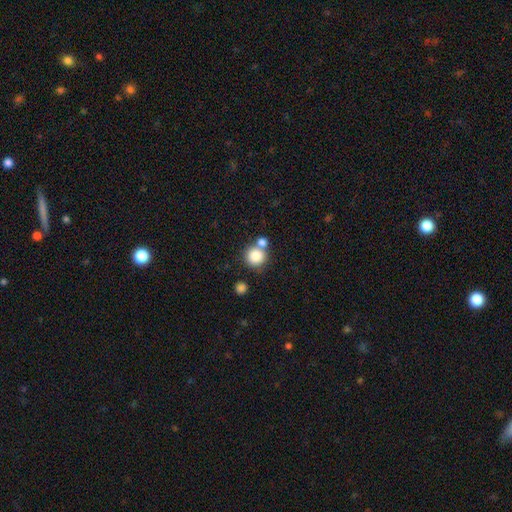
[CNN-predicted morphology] This appears to be a smooth galaxy with no disk features (83%) that is round (91%). Merging: none (59%).